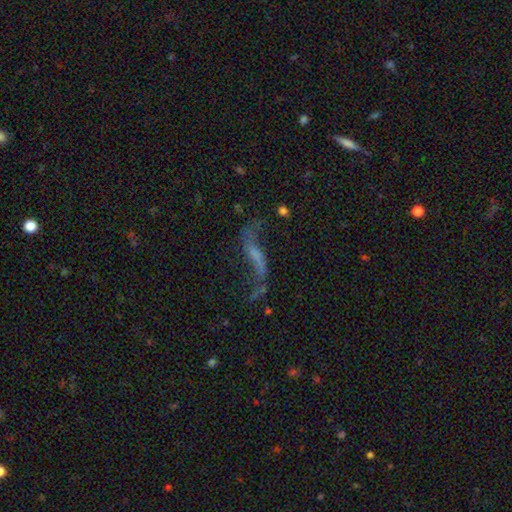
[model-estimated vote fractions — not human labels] Morphology: type=featured or disk (74%); edge-on=no (86%); bar=weak (38%); spiral arms=yes (85%); winding=loose (94%); arm count=2 (90%); bulge=none (53%); merging=none (57%).